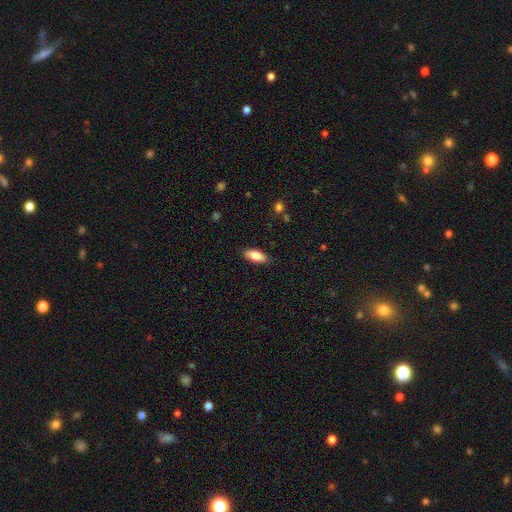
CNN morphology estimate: Smooth or featured: smooth — 84% (featured or disk — 9%)
How rounded: in between — 81% (cigar-shaped — 17%)
Merging: none — 86% (minor disturbance — 11%)